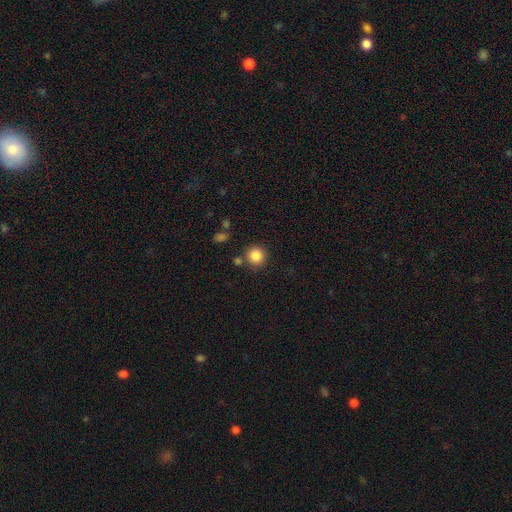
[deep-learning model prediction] Smooth or featured? Predicted: smooth (p=0.86). How rounded? Predicted: round (p=0.92). Merging? Predicted: none (p=0.81).